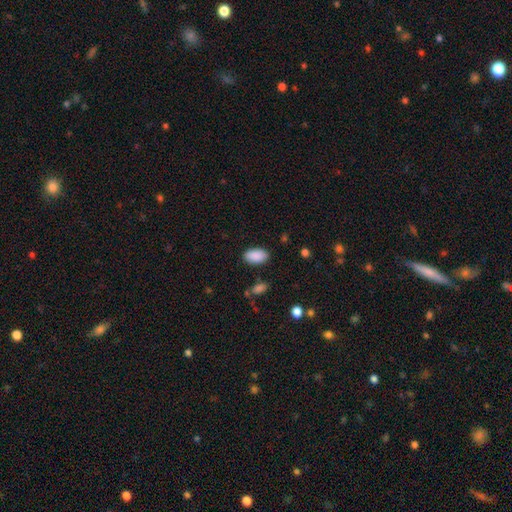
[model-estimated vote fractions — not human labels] smooth_or_featured: smooth (p=0.90) [alt: star or artifact p=0.07]
how_rounded: in between (p=0.94) [alt: round p=0.04]
merging: none (p=0.85) [alt: minor disturbance p=0.10]